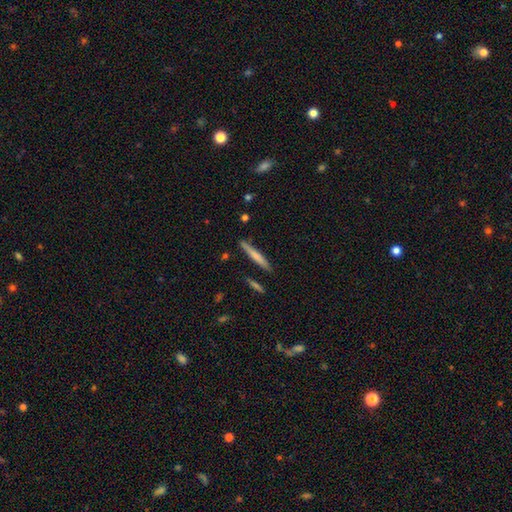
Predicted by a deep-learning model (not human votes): A smooth galaxy with no disk features (63%) that is cigar-shaped (95%).

Vote fractions:
- Smooth or featured? smooth: 63% / featured or disk: 31% / star or artifact: 6%
- How rounded? cigar-shaped: 95% / in between: 4% / round: 1%
- Merging? none: 85% / minor disturbance: 10% / merger: 3% / major disturbance: 2%